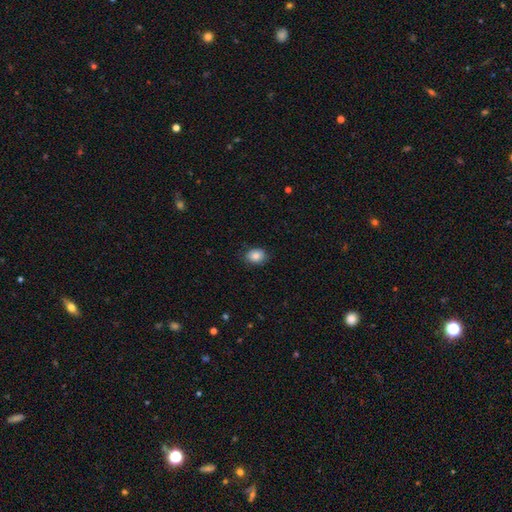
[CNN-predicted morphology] type=smooth (85%); roundness=in between (56%); merging=none (82%).